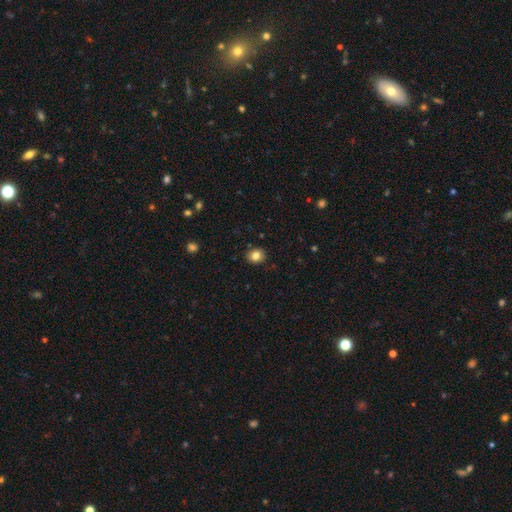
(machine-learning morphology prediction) smooth 82%, star or artifact 11%, featured or disk 7%. Down the decision tree: how rounded — round (65%); merging — none (89%).